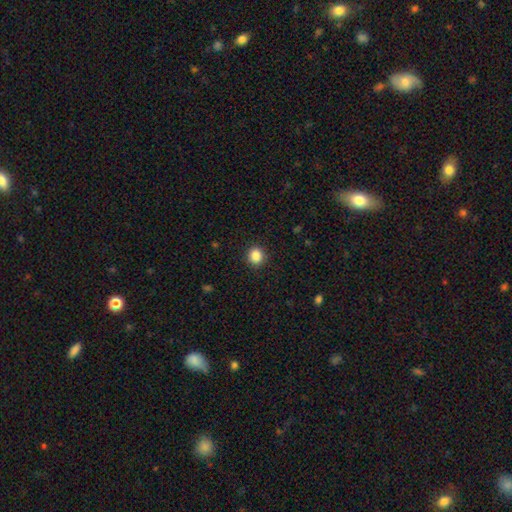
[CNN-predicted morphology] A smooth galaxy with no disk features (87%) that is round (86%).

Vote fractions:
- Smooth or featured? smooth: 87% / star or artifact: 10% / featured or disk: 3%
- How rounded? round: 86% / in between: 13% / cigar-shaped: 1%
- Merging? none: 91% / minor disturbance: 6% / major disturbance: 2% / merger: 1%